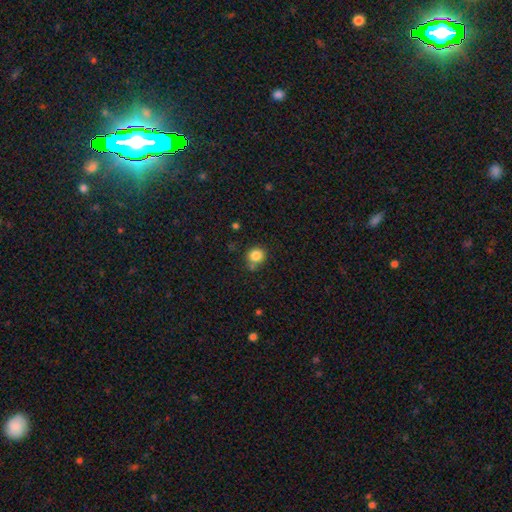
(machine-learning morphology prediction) smooth-or-featured: smooth: 84% | star or artifact: 11% | featured or disk: 5%
  how-rounded: round: 84% | in between: 15% | cigar-shaped: 1%
  merging: none: 69% | minor disturbance: 17% | merger: 10% | major disturbance: 5%